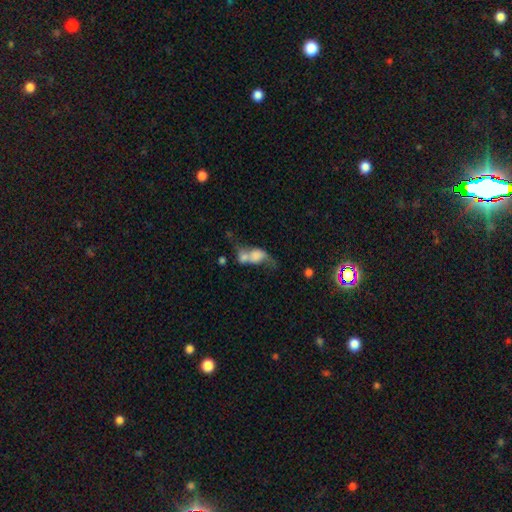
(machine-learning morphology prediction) A smooth galaxy with no disk features (49%).

Vote fractions:
- Smooth or featured? smooth: 49% / featured or disk: 40% / star or artifact: 11%
- Merging? merger: 62% / none: 15% / major disturbance: 15% / minor disturbance: 8%